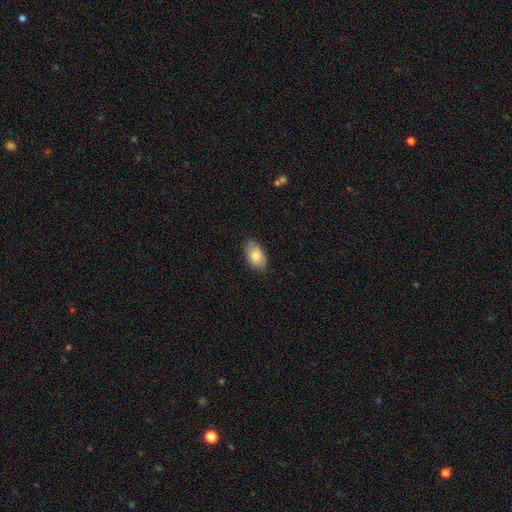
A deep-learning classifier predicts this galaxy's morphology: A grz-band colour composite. It shows a smooth galaxy with no disk features (80%) that is in between round and cigar-shaped (93%). Merging: none (81%).